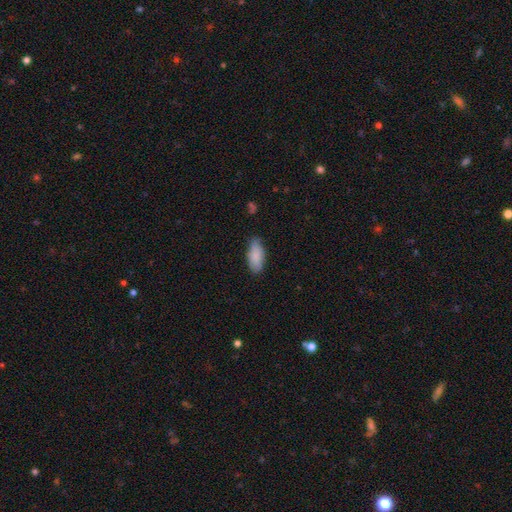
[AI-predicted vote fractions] Morphology: type=smooth (87%); roundness=in between (86%); merging=none (78%).